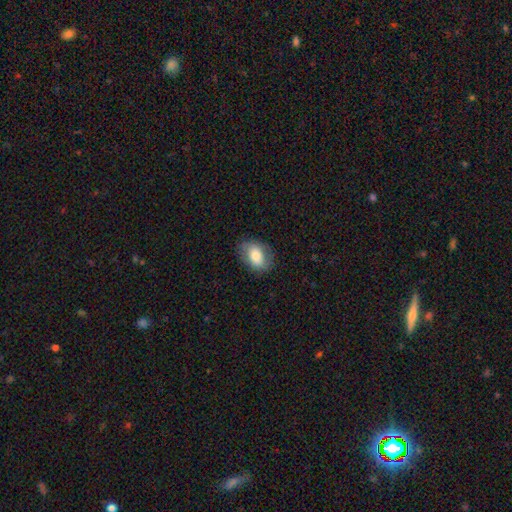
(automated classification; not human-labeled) Smooth or featured? Predicted: smooth (p=0.71). How rounded? Predicted: in between (p=0.81). Merging? Predicted: none (p=0.77).